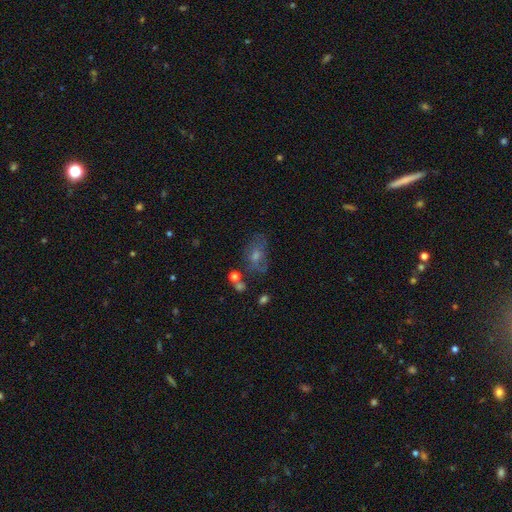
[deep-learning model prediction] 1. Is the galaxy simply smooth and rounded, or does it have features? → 43% featured or disk, 34% smooth, 22% star or artifact.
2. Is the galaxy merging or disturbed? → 60% none, 21% minor disturbance, 12% major disturbance, 7% merger.